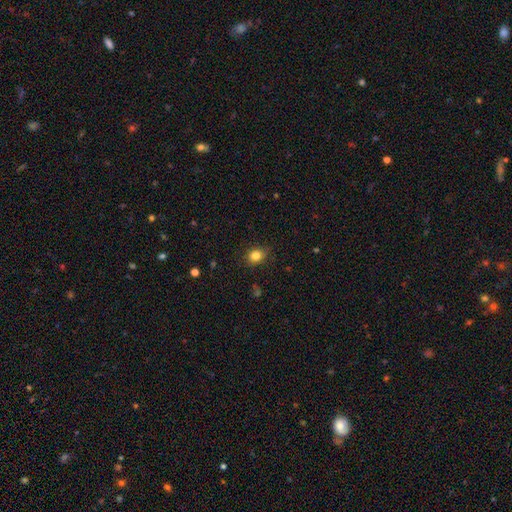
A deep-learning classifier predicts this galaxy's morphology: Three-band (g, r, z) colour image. It shows a smooth galaxy with no disk features (82%) that is round (61%). Merging: none (82%).